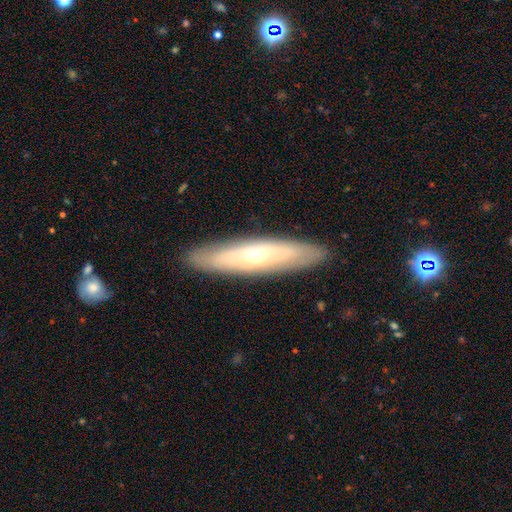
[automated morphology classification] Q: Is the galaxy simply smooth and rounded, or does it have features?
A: featured or disk — 55%.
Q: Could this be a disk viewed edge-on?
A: yes — 58%.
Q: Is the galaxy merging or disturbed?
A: none — 89%.